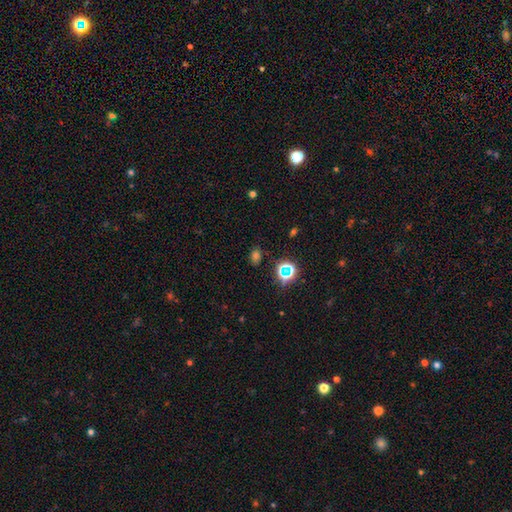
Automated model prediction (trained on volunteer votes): This is possibly a smooth galaxy (58%). How rounded: likely in between (62%). Merging: clearly none (82%).